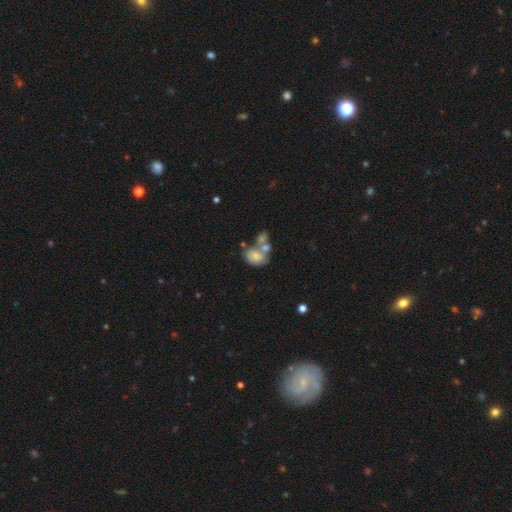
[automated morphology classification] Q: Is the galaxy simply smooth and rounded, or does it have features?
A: smooth — 64%.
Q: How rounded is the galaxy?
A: in between — 67%.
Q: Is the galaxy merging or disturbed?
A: merger — 58%.